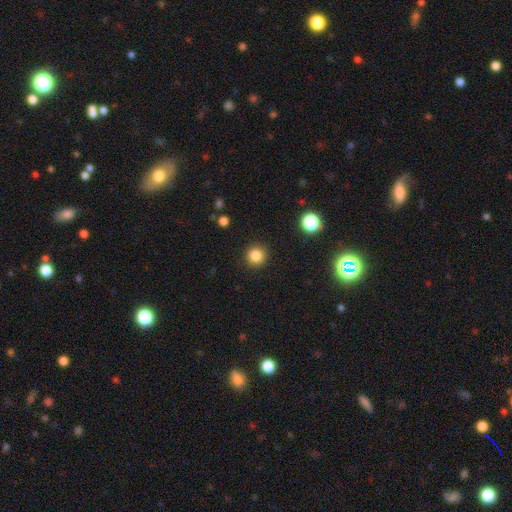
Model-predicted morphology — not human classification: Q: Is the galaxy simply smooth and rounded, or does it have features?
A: smooth — 84%.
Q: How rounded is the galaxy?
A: round — 94%.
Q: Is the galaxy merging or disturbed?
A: none — 91%.